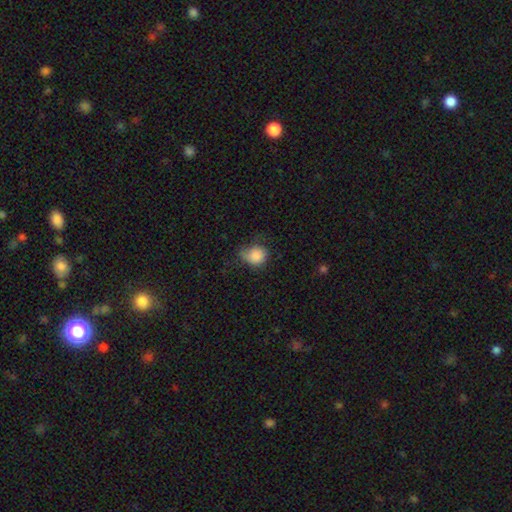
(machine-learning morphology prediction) type=smooth (83%); roundness=round (73%); merging=none (44%).